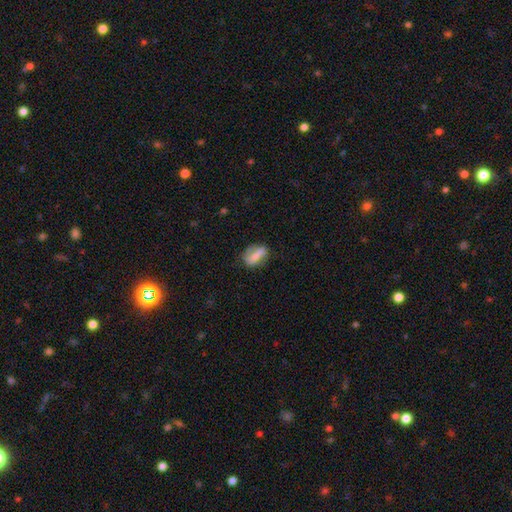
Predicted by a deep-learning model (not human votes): Overall: smooth (53%; featured or disk 39%). How rounded: in between (77%). Merging: none (64%).